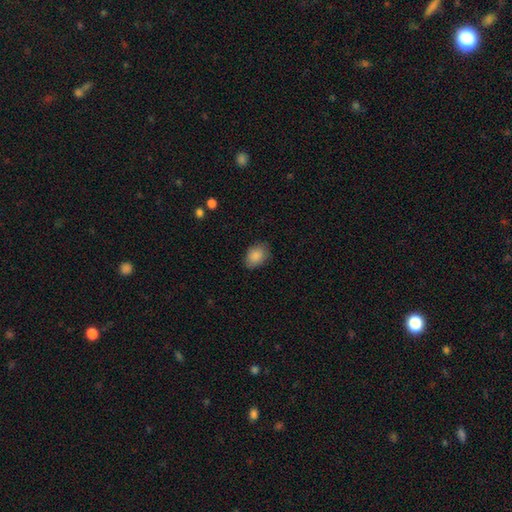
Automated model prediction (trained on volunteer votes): A smooth galaxy with no disk features (88%) that is in between round and cigar-shaped (72%).

Vote fractions:
- Smooth or featured? smooth: 88% / star or artifact: 8% / featured or disk: 4%
- How rounded? in between: 72% / round: 27% / cigar-shaped: 1%
- Merging? none: 81% / minor disturbance: 15% / major disturbance: 3% / merger: 1%